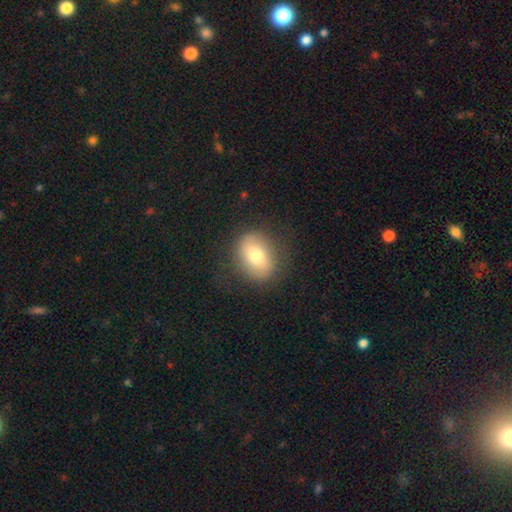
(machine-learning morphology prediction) Q: Smooth or featured?
A: smooth (71%); runner-up: featured or disk (22%)
Q: How rounded?
A: in between (62%); runner-up: round (37%)
Q: Merging?
A: none (81%); runner-up: minor disturbance (13%)